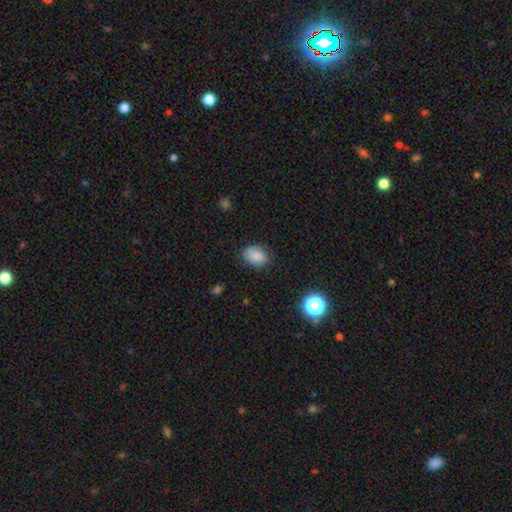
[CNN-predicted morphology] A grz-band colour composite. It shows a smooth galaxy with no disk features (85%) that is in between round and cigar-shaped (80%). Merging: none (77%).